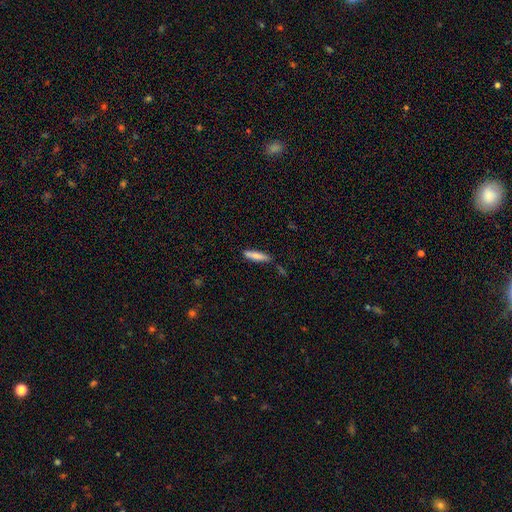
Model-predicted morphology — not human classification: This appears to be a smooth galaxy with no disk features (80%) that is cigar-shaped (83%). Merging: none (76%).